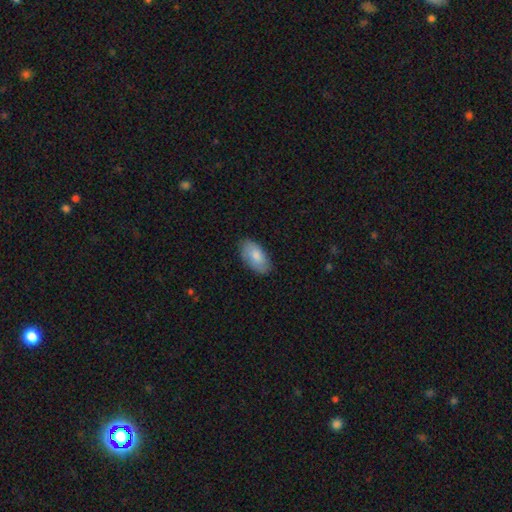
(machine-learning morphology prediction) A smooth galaxy with no disk features (72%) that is in between round and cigar-shaped (95%). Merging: none (81%).